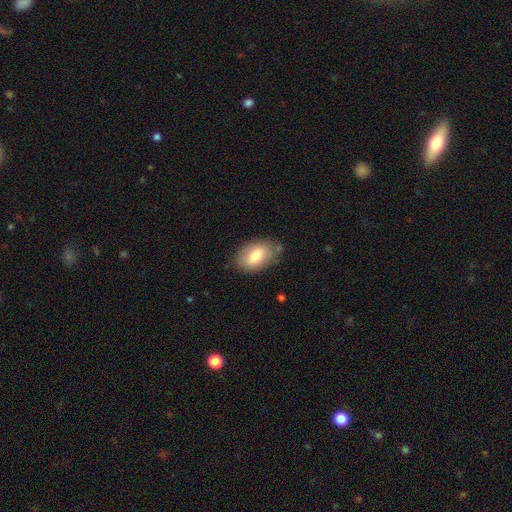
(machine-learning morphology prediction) type=smooth (78%); roundness=in between (91%); merging=none (77%).